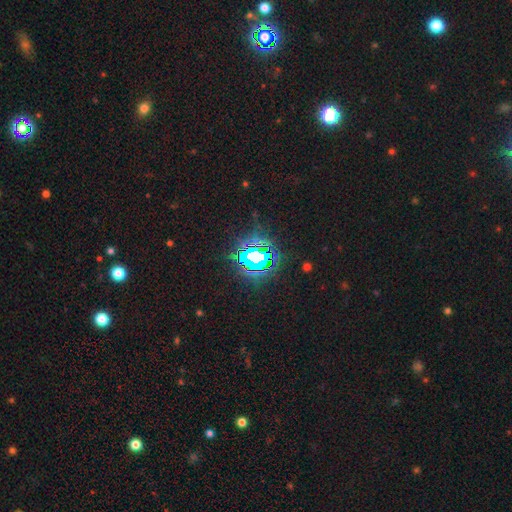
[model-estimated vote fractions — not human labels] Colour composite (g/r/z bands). It shows a star or artifact, not a galaxy (74%).